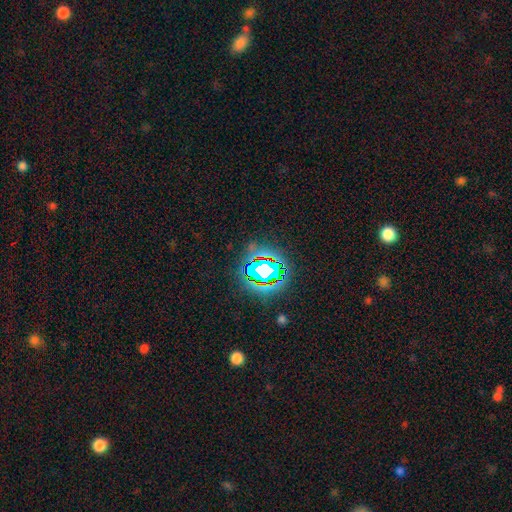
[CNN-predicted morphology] A star or artifact, not a galaxy (80%).

Vote fractions:
- Smooth or featured? star or artifact: 80% / smooth: 13% / featured or disk: 7%